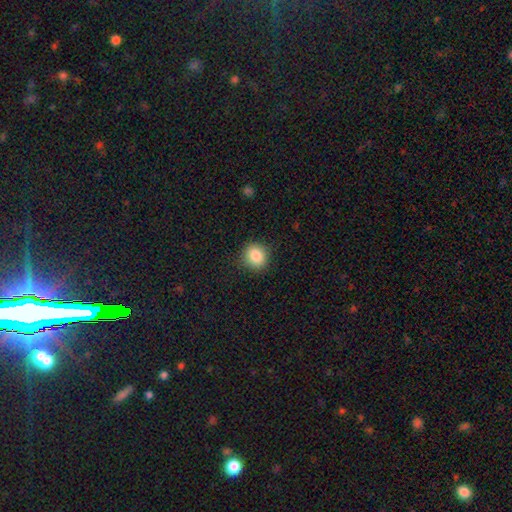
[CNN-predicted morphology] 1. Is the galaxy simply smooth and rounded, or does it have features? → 86% smooth, 10% star or artifact, 5% featured or disk.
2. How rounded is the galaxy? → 85% round, 14% in between, 1% cigar-shaped.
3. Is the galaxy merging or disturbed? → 89% none, 8% minor disturbance, 2% major disturbance, 1% merger.